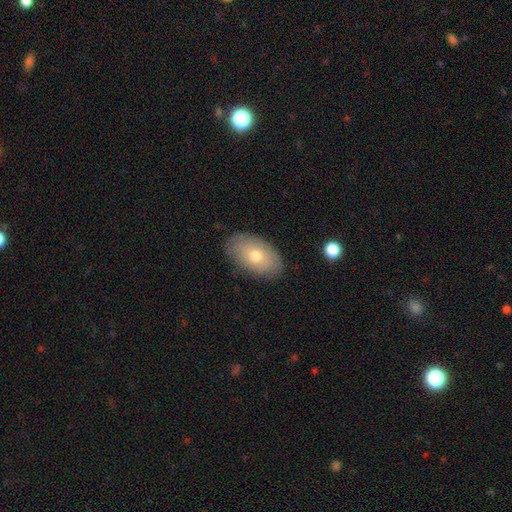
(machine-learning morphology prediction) The model was most divided on "smooth or featured": smooth: 68%, featured or disk: 24%, star or artifact: 7%. More confident: how rounded — in between (92%); merging — none (83%).